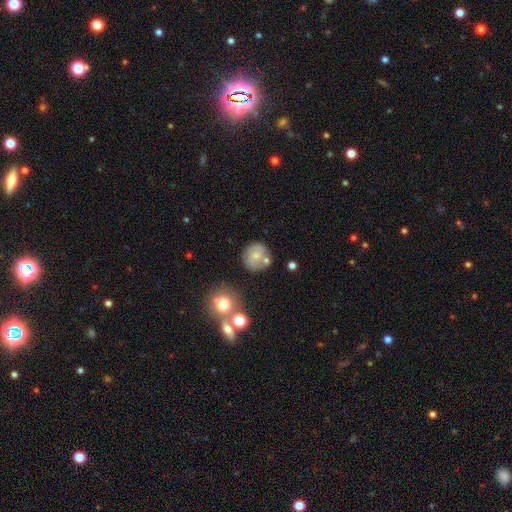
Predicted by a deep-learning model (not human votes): Q: Smooth or featured?
A: smooth (62%); runner-up: featured or disk (28%)
Q: How rounded?
A: round (90%); runner-up: in between (9%)
Q: Merging?
A: none (67%); runner-up: minor disturbance (16%)